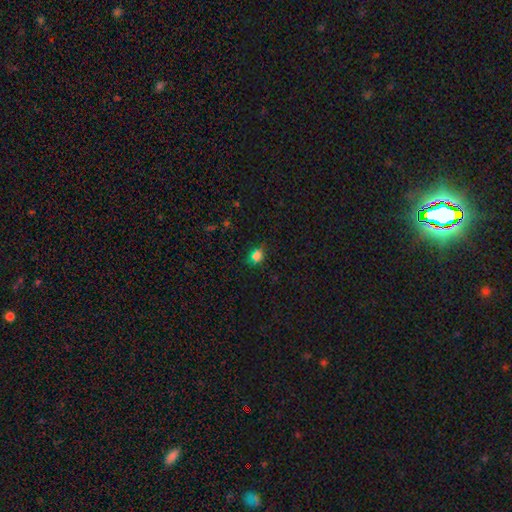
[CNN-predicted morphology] Smooth or featured: smooth — 66% (star or artifact — 28%)
How rounded: round — 58% (in between — 40%)
Merging: none — 74% (minor disturbance — 16%)